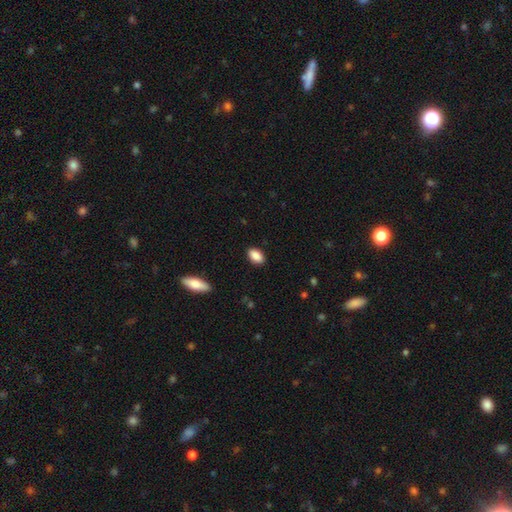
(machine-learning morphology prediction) The model was most divided on "merging": none: 88%, minor disturbance: 9%, major disturbance: 2%, merger: 1%. More confident: how rounded — in between (90%); smooth or featured — smooth (89%).